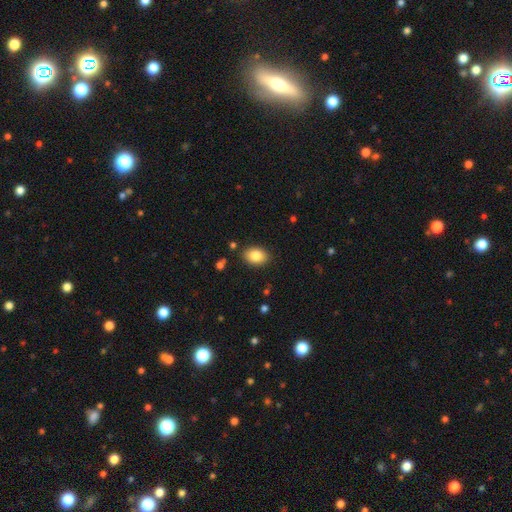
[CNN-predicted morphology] The model was most divided on "how rounded": in between: 80%, round: 19%, cigar-shaped: 1%. More confident: merging — none (86%); smooth or featured — smooth (85%).